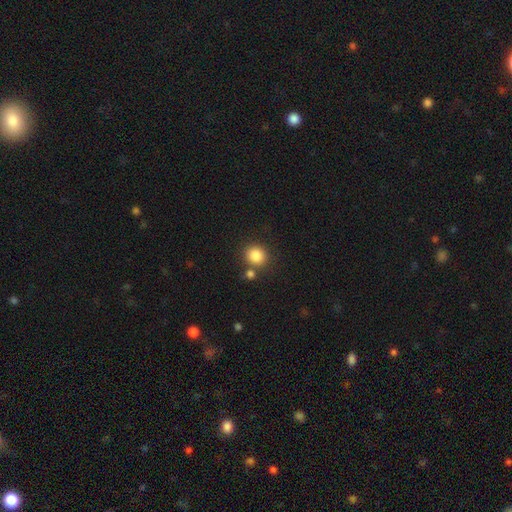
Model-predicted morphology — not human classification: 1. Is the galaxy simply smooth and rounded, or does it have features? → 85% smooth, 10% star or artifact, 5% featured or disk.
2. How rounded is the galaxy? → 81% round, 18% in between, 1% cigar-shaped.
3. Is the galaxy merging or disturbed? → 74% none, 14% merger, 9% minor disturbance, 3% major disturbance.